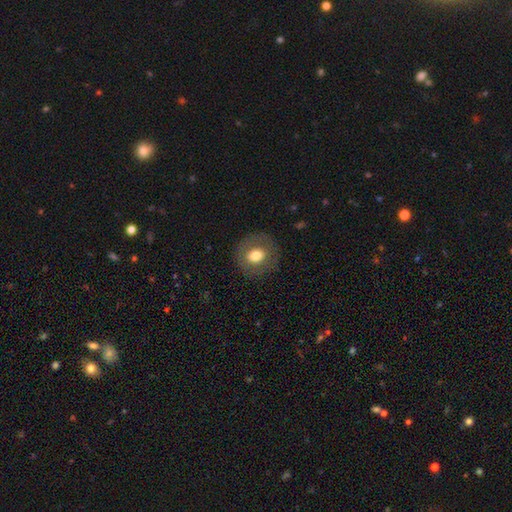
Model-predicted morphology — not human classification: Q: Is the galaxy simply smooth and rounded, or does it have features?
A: smooth — 67%.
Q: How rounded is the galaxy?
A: round — 81%.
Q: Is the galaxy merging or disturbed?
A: none — 85%.